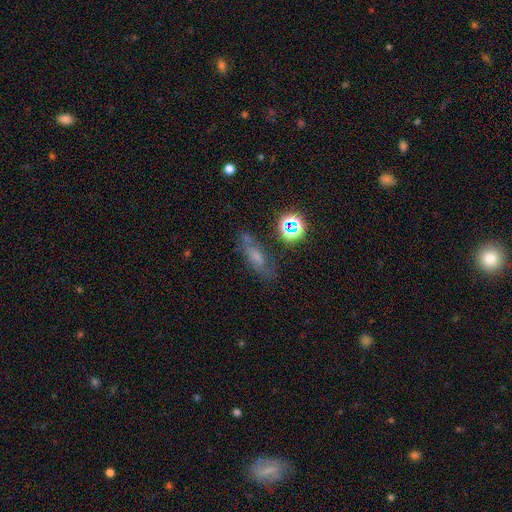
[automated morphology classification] Q: Smooth or featured?
A: smooth (47%); runner-up: featured or disk (30%)
Q: Merging?
A: none (64%); runner-up: minor disturbance (21%)